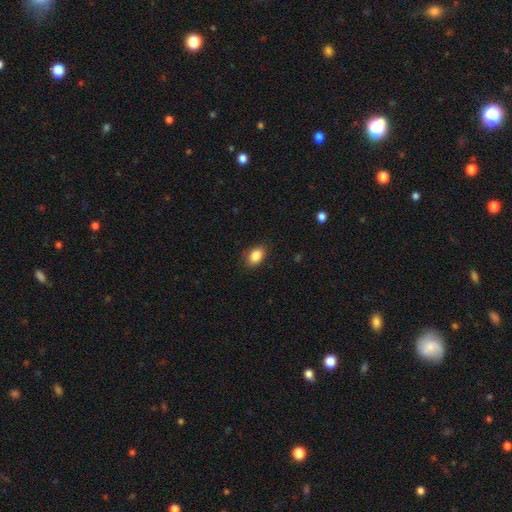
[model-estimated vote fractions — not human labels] Q: Smooth or featured?
A: smooth (87%); runner-up: star or artifact (8%)
Q: How rounded?
A: in between (85%); runner-up: round (14%)
Q: Merging?
A: none (85%); runner-up: minor disturbance (11%)